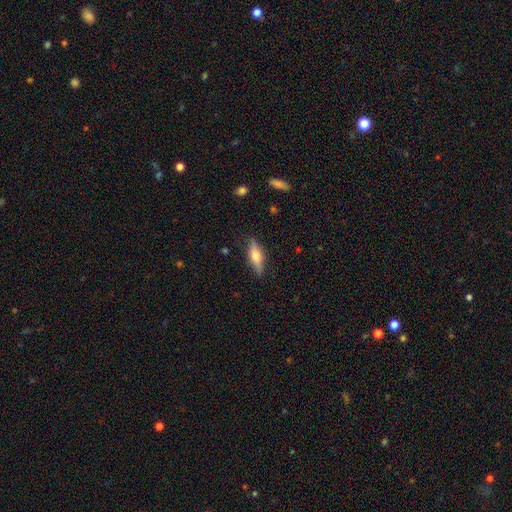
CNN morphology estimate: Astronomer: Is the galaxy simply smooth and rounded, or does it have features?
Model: featured or disk — 52% (runner-up: smooth, 41%).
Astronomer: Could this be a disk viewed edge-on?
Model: yes — 92%.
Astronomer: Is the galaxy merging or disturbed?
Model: none — 85%.